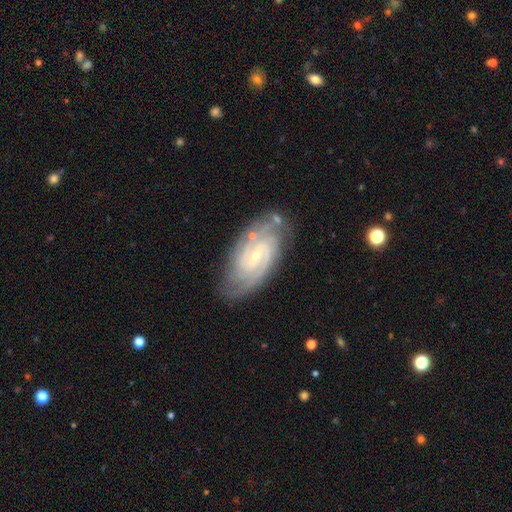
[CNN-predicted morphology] This is clearly a featured or disk galaxy (90%). It is clearly not viewed edge-on (96%). Bar: possibly weak (49%). Spiral arm pattern: clearly yes (98%). Spiral arm count: possibly 2 (58%). Spiral winding: likely tight (61%). Central bulge: likely small (78%). Merging: likely none (78%).